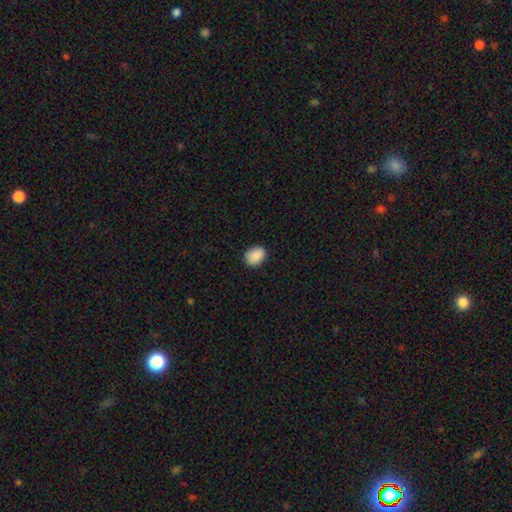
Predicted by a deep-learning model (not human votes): smooth_or_featured: smooth (p=0.90) [alt: star or artifact p=0.08]
how_rounded: in between (p=0.59) [alt: round p=0.40]
merging: none (p=0.86) [alt: minor disturbance p=0.11]